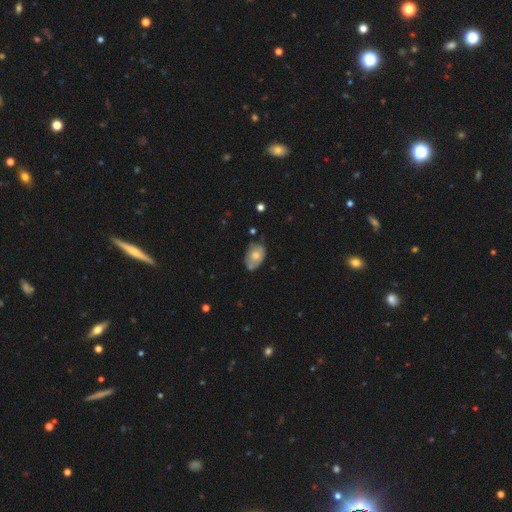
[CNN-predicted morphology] smooth 65%, featured or disk 28%, star or artifact 8%. Down the decision tree: how rounded — in between (84%); merging — none (52%).